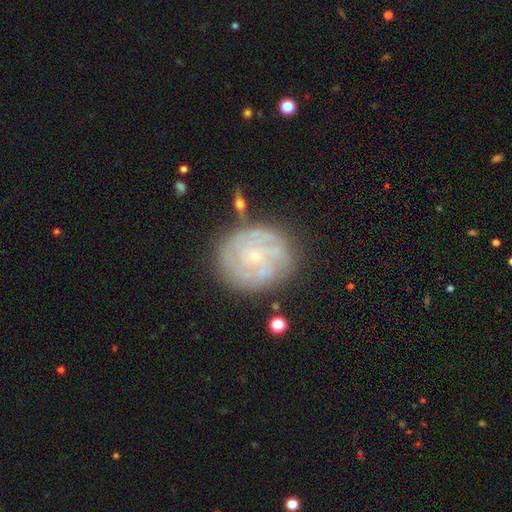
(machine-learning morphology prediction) Q: Smooth or featured?
A: featured or disk (72%); runner-up: smooth (21%)
Q: Edge-on disk?
A: no (98%); runner-up: yes (2%)
Q: Bar?
A: no (73%); runner-up: weak (23%)
Q: Spiral arms?
A: yes (82%); runner-up: no (18%)
Q: Spiral winding?
A: tight (65%); runner-up: medium (26%)
Q: Spiral arm count?
A: can't tell (45%); runner-up: 3 (18%)
Q: Bulge size?
A: small (70%); runner-up: moderate (18%)
Q: Merging?
A: none (71%); runner-up: minor disturbance (17%)